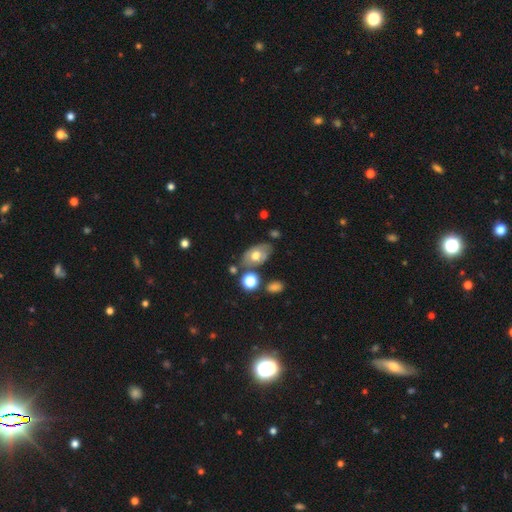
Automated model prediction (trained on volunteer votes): Overall: smooth (50%; featured or disk 41%). How rounded: in between (87%). Merging: none (62%).